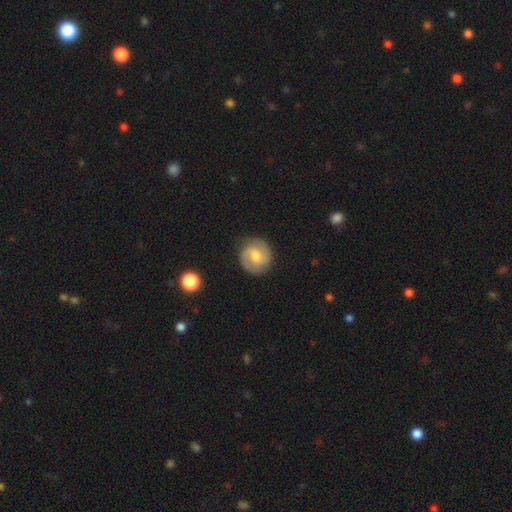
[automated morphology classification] The model was most divided on "spiral winding": medium: 47%, tight: 38%, loose: 15%. More confident: edge-on disk — no (98%); spiral arms — yes (91%); spiral arm count — 2 (88%); merging — none (86%); smooth or featured — featured or disk (67%); bulge size — moderate (59%); bar — weak (54%).